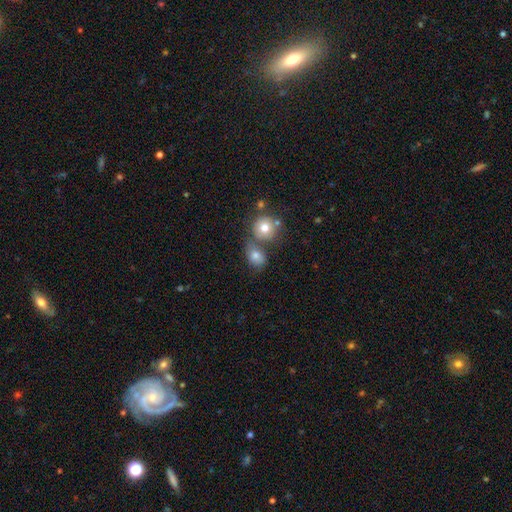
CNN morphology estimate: A smooth galaxy with no disk features (77%) that is in between round and cigar-shaped (53%). Merging: none (45%).